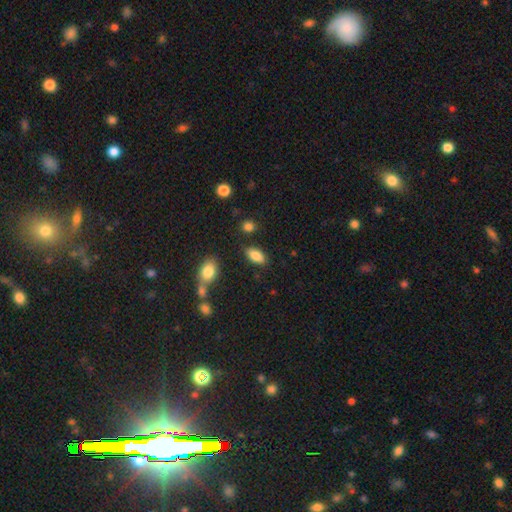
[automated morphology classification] Smooth or featured? smooth (85%)
How rounded? in between (88%)
Merging? none (82%)